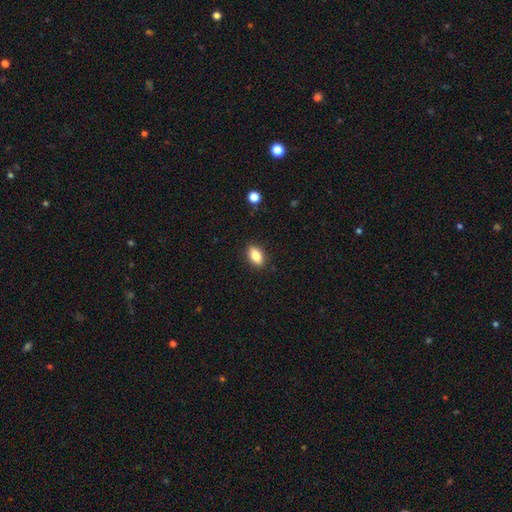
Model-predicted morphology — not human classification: smooth_or_featured: smooth (p=0.83) [alt: featured or disk p=0.09]
how_rounded: in between (p=0.87) [alt: round p=0.07]
merging: none (p=0.88) [alt: minor disturbance p=0.09]